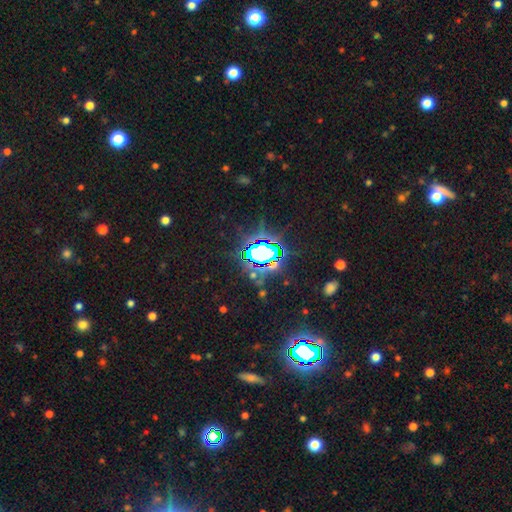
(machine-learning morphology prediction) This is likely a star or artifact rather than a galaxy (78%).